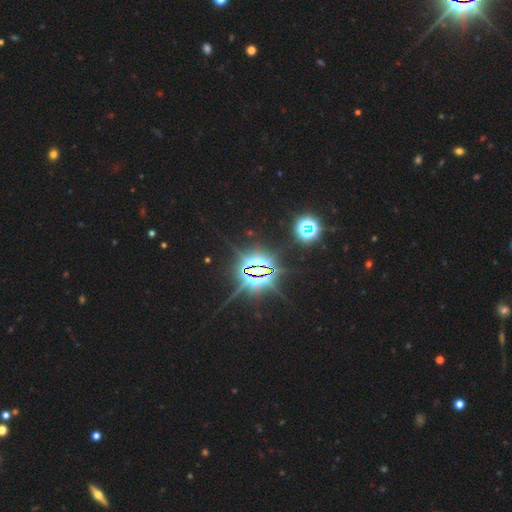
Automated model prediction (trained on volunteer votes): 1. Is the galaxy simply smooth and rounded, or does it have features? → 84% star or artifact, 10% smooth, 6% featured or disk.